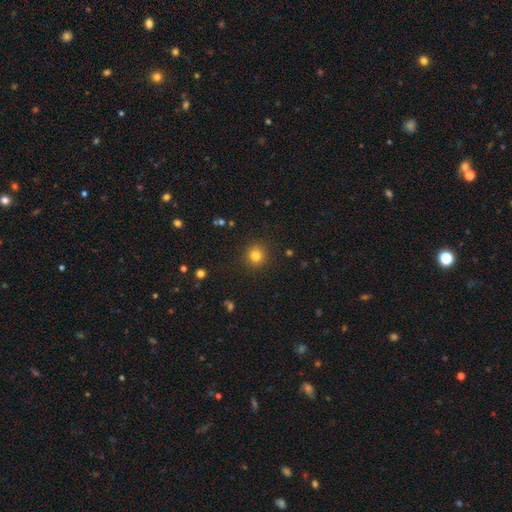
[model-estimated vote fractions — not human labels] A smooth galaxy with no disk features (81%) that is round (92%). Merging: none (91%).